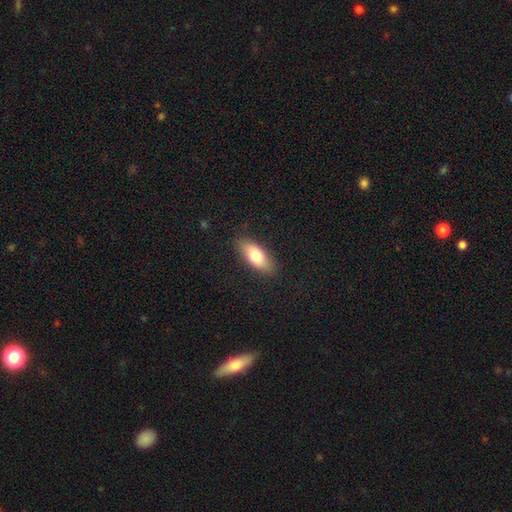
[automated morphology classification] smooth-or-featured: smooth: 74% | featured or disk: 20% | star or artifact: 6%
  how-rounded: in between: 81% | cigar-shaped: 16% | round: 3%
  merging: none: 86% | minor disturbance: 11% | major disturbance: 2% | merger: 1%